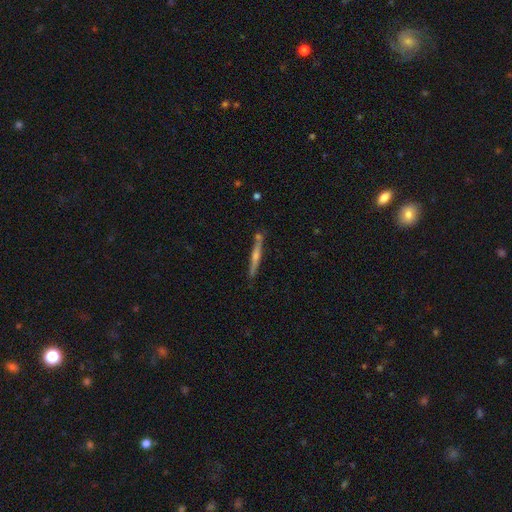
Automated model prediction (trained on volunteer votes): A featured or disk galaxy (71%) viewed edge-on (97%) with a rounded central bulge (73%).

Vote fractions:
- Smooth or featured? featured or disk: 71% / smooth: 22% / star or artifact: 7%
- Edge-on disk? yes: 97% / no: 3%
- Edge-on bulge? rounded: 73% / none: 21% / boxy: 7%
- Merging? none: 84% / minor disturbance: 10% / merger: 4% / major disturbance: 2%